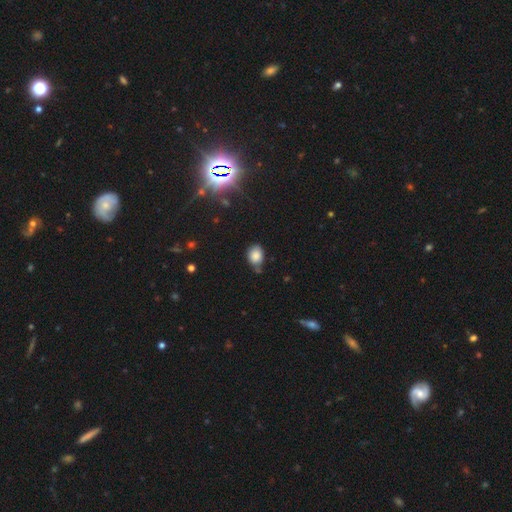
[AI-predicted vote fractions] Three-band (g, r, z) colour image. It shows a smooth galaxy with no disk features (82%) that is in between round and cigar-shaped (65%). Merging: none (57%).